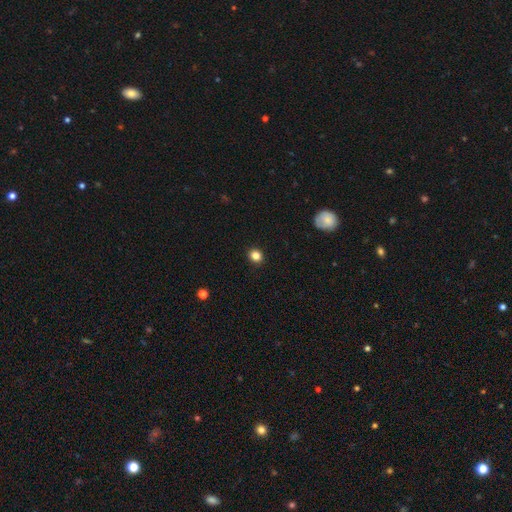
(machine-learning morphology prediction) Smooth or featured? smooth (84%)
How rounded? round (79%)
Merging? none (92%)